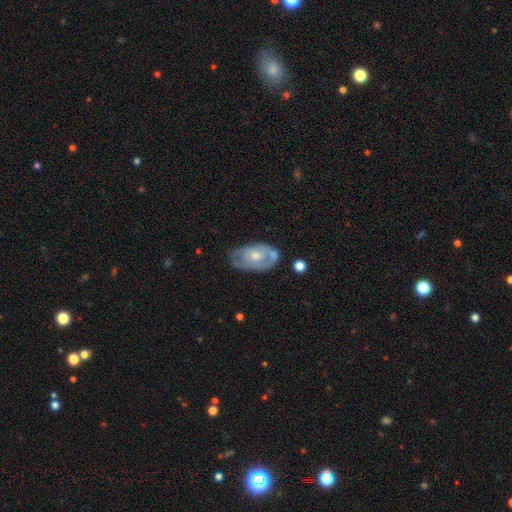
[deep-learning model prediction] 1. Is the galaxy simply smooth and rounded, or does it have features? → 59% featured or disk, 36% smooth, 5% star or artifact.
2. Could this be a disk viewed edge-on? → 94% no, 6% yes.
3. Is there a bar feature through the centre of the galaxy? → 81% no, 17% weak, 2% strong.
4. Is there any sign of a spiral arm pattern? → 53% yes, 47% no.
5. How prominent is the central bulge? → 51% moderate, 42% small, 4% large, 3% none, 1% dominant.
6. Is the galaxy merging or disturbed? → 55% none, 28% minor disturbance, 11% major disturbance, 6% merger.